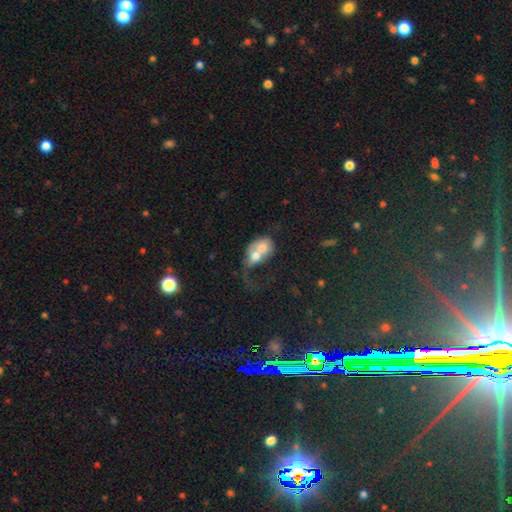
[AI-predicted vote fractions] smooth_or_featured: smooth (p=0.55) [alt: featured or disk p=0.36]
how_rounded: in between (p=0.64) [alt: round p=0.33]
merging: merger (p=0.75) [alt: major disturbance p=0.12]